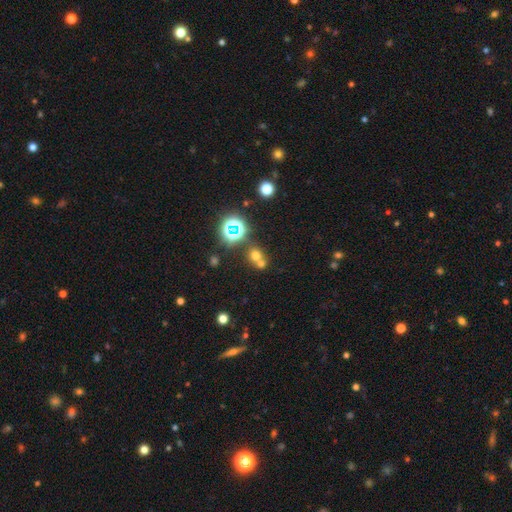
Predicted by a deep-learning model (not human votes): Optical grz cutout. It shows a smooth galaxy with no disk features (58%) that is round (81%). Merging: none (47%).